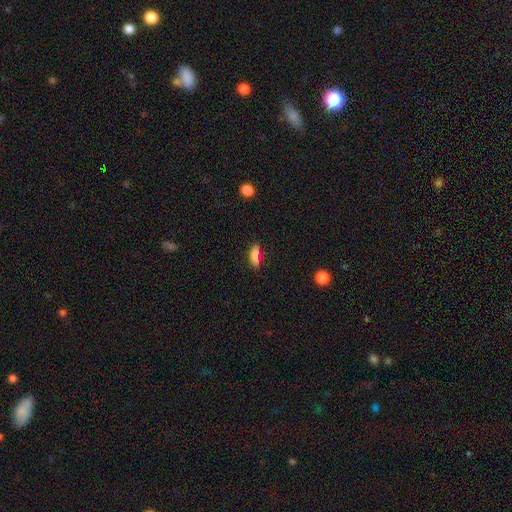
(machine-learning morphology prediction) smooth 82%, featured or disk 9%, star or artifact 9%. Down the decision tree: how rounded — in between (59%); merging — none (79%).